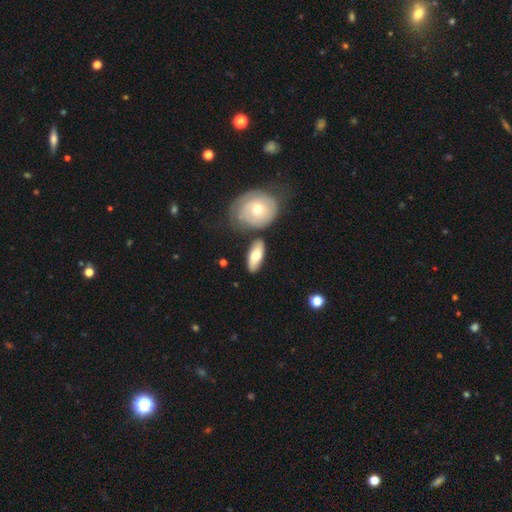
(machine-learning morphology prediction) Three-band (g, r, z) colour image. It shows a smooth galaxy with no disk features (64%) that is in between round and cigar-shaped (83%). Merging: none (74%).